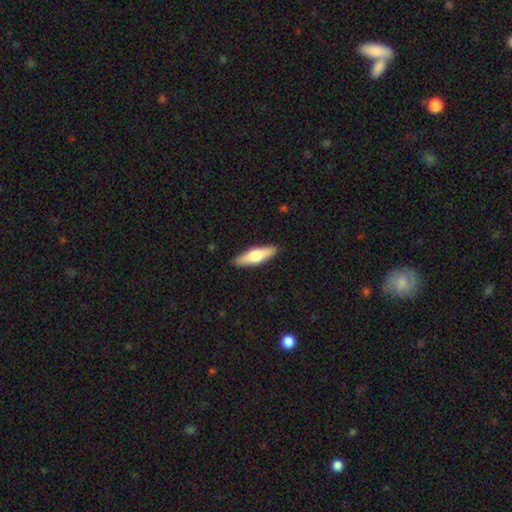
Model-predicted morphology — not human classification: This is possibly a smooth galaxy (57%). How rounded: possibly cigar-shaped (59%). Merging: clearly none (90%).